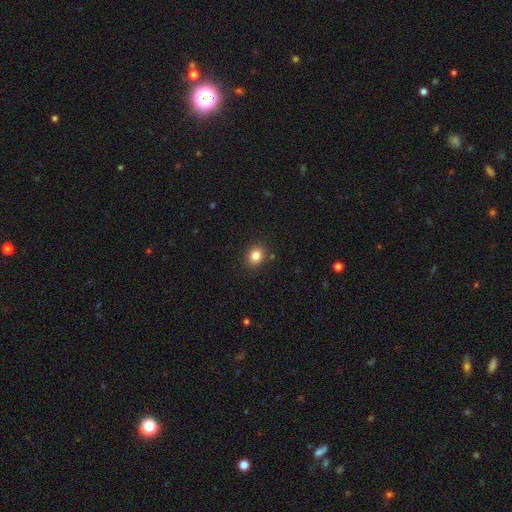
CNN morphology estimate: smooth_or_featured: smooth (p=0.84) [alt: star or artifact p=0.11]
how_rounded: round (p=0.60) [alt: in between p=0.40]
merging: none (p=0.88) [alt: minor disturbance p=0.08]